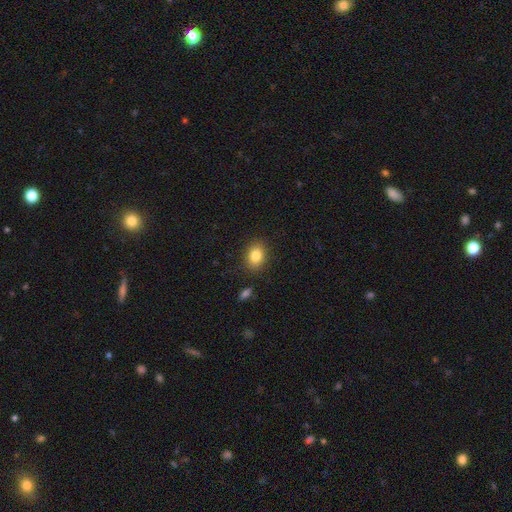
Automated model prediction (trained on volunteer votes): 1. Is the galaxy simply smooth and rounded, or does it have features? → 84% smooth, 9% star or artifact, 7% featured or disk.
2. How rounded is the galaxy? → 61% in between, 38% round, 1% cigar-shaped.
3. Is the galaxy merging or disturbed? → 87% none, 9% minor disturbance, 3% major disturbance, 2% merger.